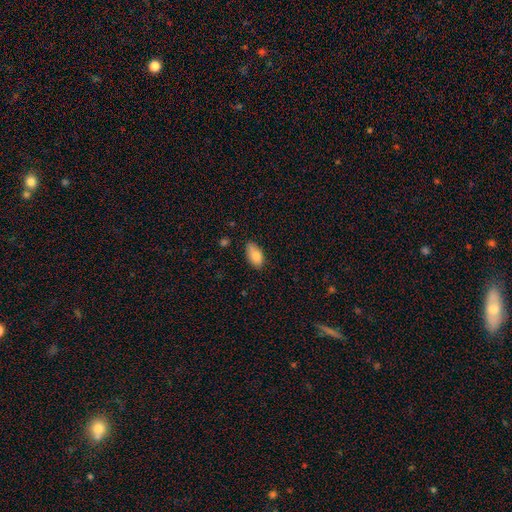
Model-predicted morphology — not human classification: This is clearly a smooth galaxy (83%). How rounded: clearly in between (93%). Merging: likely none (69%).